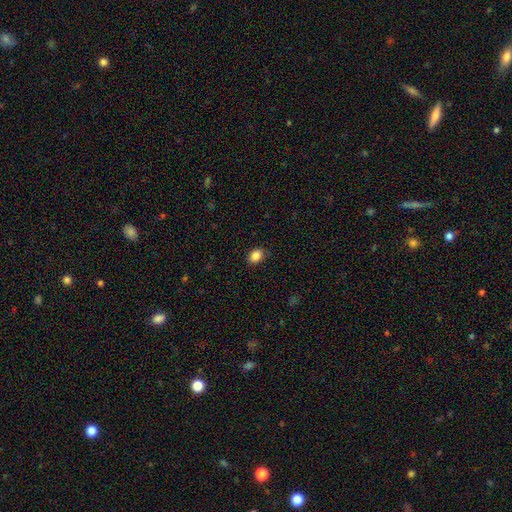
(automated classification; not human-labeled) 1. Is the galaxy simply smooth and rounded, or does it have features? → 87% smooth, 9% star or artifact, 4% featured or disk.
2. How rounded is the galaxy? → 68% in between, 31% round, 1% cigar-shaped.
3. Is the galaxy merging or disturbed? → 85% none, 11% minor disturbance, 3% major disturbance, 1% merger.